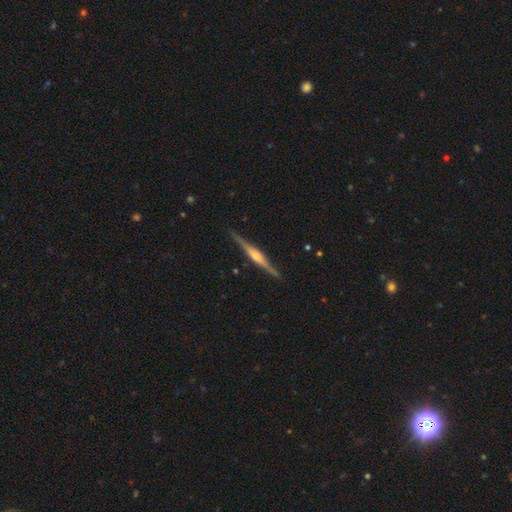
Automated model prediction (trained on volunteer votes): This is clearly a featured or disk galaxy (82%). It is clearly viewed edge-on (98%). Edge-on bulge: likely rounded (78%). Merging: clearly none (90%).